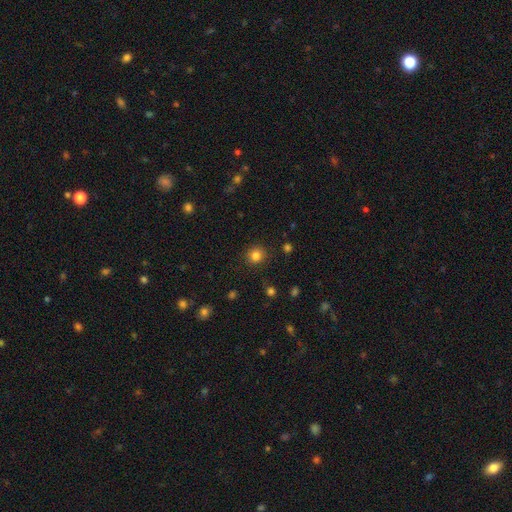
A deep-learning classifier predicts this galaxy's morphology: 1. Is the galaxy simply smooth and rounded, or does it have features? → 83% smooth, 13% star or artifact, 4% featured or disk.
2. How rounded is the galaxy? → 90% round, 9% in between, 1% cigar-shaped.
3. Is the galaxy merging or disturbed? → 89% none, 7% minor disturbance, 3% major disturbance, 1% merger.